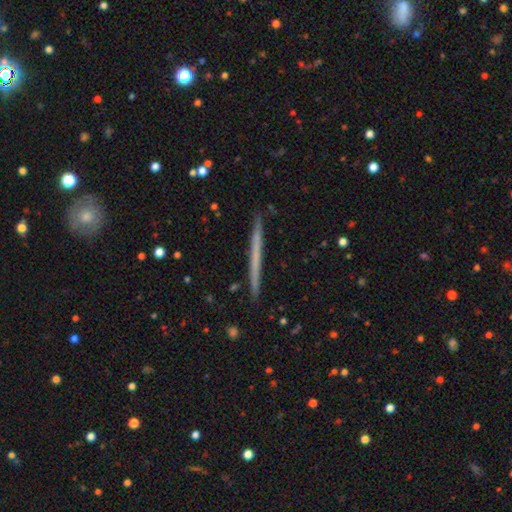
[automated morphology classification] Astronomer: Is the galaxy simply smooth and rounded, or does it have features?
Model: featured or disk — 52% (runner-up: smooth, 41%).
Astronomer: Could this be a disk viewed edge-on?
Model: yes — 98%.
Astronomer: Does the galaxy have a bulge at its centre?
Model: none — 90%.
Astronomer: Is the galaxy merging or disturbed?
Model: none — 91%.